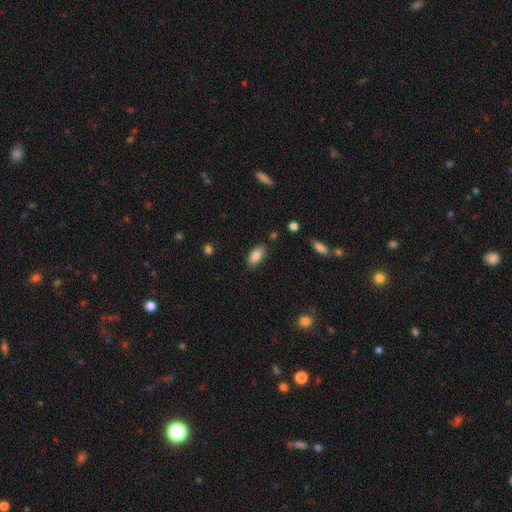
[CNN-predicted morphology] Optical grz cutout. It shows a smooth galaxy with no disk features (86%) that is in between round and cigar-shaped (90%). Merging: none (83%).